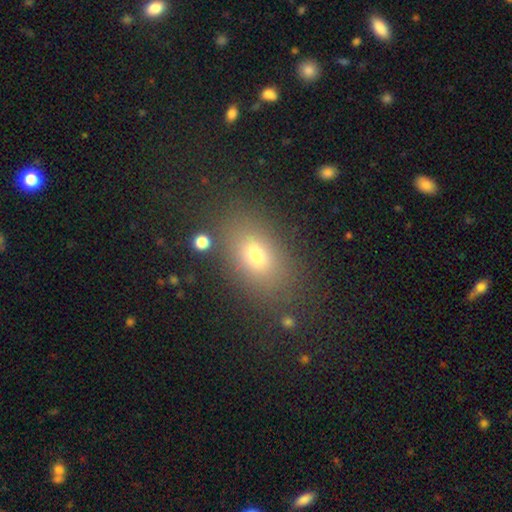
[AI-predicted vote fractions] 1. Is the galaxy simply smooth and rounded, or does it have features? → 73% smooth, 14% star or artifact, 13% featured or disk.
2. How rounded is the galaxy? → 81% in between, 16% round, 3% cigar-shaped.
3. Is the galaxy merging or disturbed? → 80% none, 11% minor disturbance, 6% major disturbance, 3% merger.